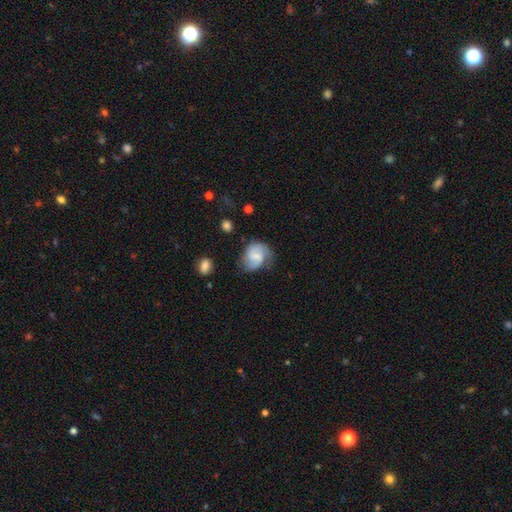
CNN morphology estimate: This is possibly a featured or disk galaxy (58%). It is clearly not viewed edge-on (98%). Bar: possibly weak (50%). Spiral arm pattern: clearly yes (89%). Spiral arm count: likely 2 (72%). Spiral winding: possibly medium (45%). Central bulge: possibly small (48%). Merging: possibly none (57%).